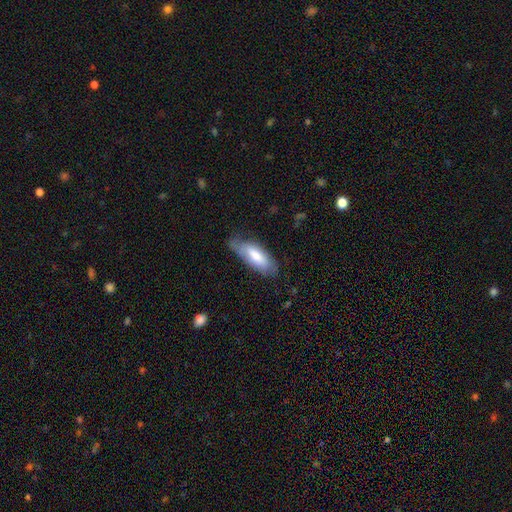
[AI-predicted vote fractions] A smooth galaxy with no disk features (64%) that is in between round and cigar-shaped (70%).

Vote fractions:
- Smooth or featured? smooth: 64% / featured or disk: 29% / star or artifact: 7%
- How rounded? in between: 70% / cigar-shaped: 28% / round: 2%
- Merging? none: 65% / minor disturbance: 27% / major disturbance: 7% / merger: 2%